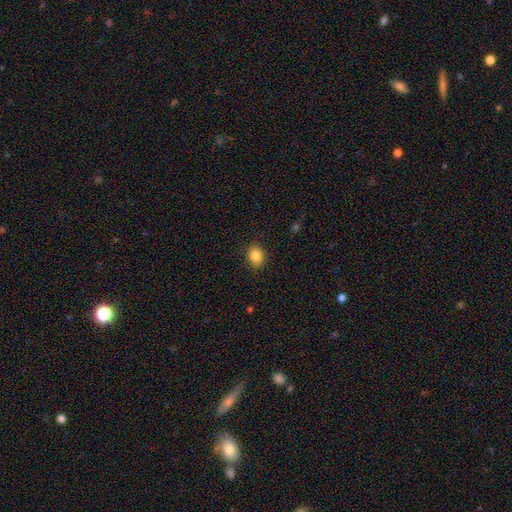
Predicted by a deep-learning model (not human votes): Smooth or featured?
  - smooth: 86% *
  - star or artifact: 10%
  - featured or disk: 5%
How rounded?
  - round: 54% *
  - in between: 45%
  - cigar-shaped: 1%
Merging?
  - none: 87% *
  - minor disturbance: 9%
  - major disturbance: 2%
  - merger: 1%